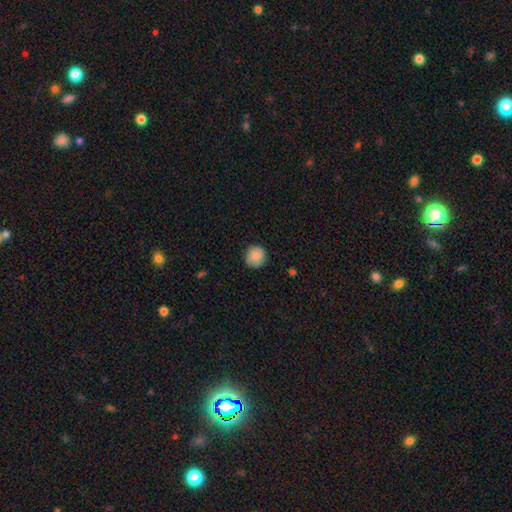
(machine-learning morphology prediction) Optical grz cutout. It shows a smooth galaxy with no disk features (87%) that is round (91%). Merging: none (86%).